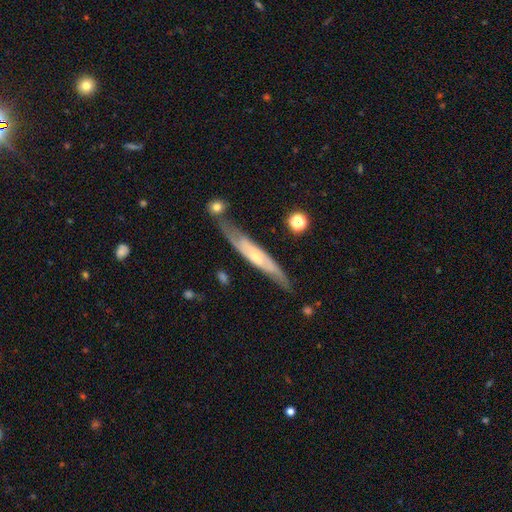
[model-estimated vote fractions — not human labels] Morphology: type=featured or disk (68%); edge-on=yes (60%); merging=none (71%).